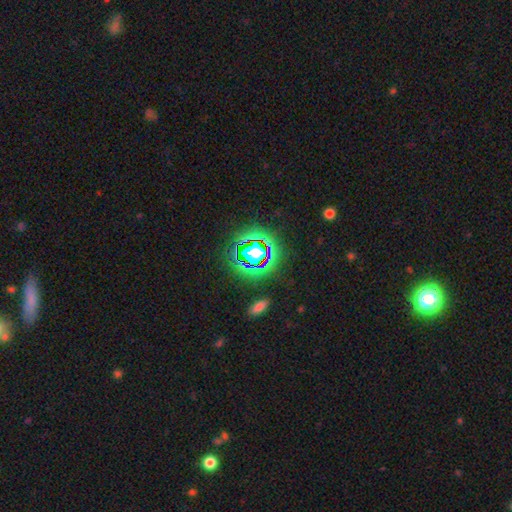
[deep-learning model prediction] Smooth or featured?
  - star or artifact: 75% *
  - smooth: 16%
  - featured or disk: 10%